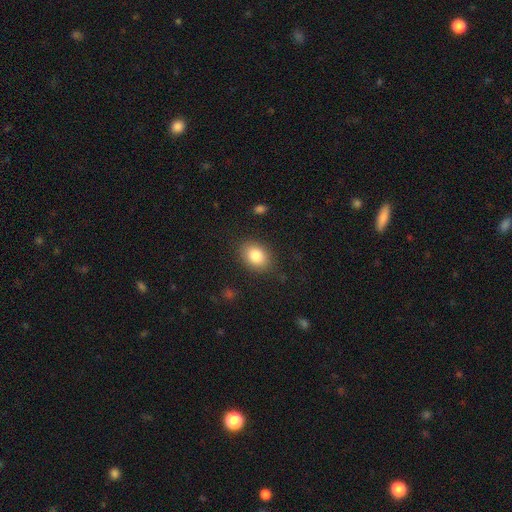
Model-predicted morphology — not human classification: type=smooth (83%); roundness=in between (69%); merging=none (84%).